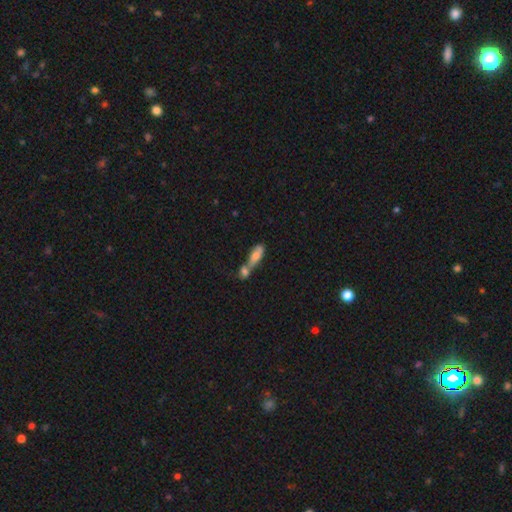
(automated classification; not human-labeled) Smooth or featured: smooth — 66% (featured or disk — 26%)
How rounded: in between — 59% (cigar-shaped — 38%)
Merging: merger — 66% (none — 21%)